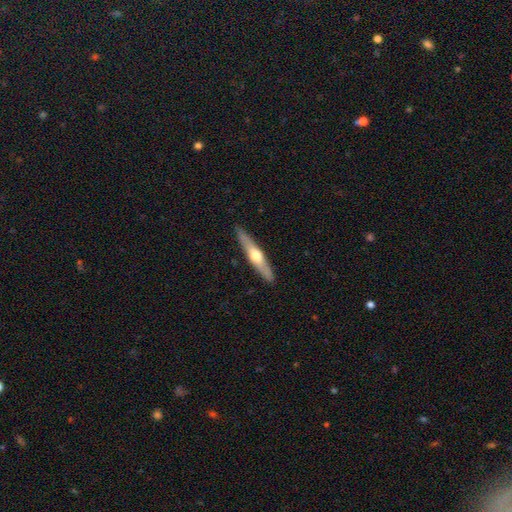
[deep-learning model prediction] Smooth or featured? featured or disk (60%)
Edge-on disk? yes (94%)
Edge-on bulge? rounded (91%)
Merging? none (90%)